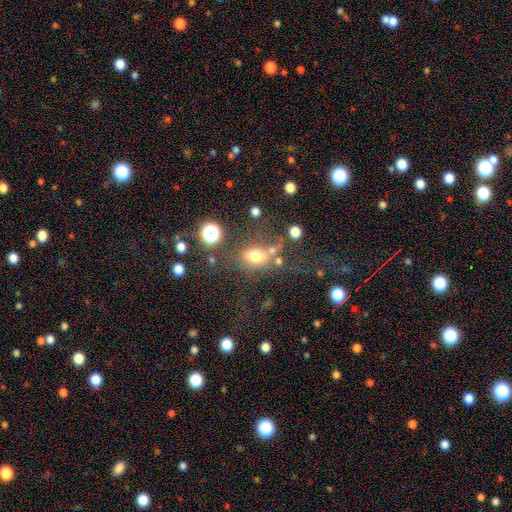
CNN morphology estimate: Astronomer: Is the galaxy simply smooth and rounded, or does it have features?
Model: smooth — 68%.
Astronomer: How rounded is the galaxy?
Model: in between — 61% (runner-up: round, 36%).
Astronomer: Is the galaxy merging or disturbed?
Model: none — 51%.